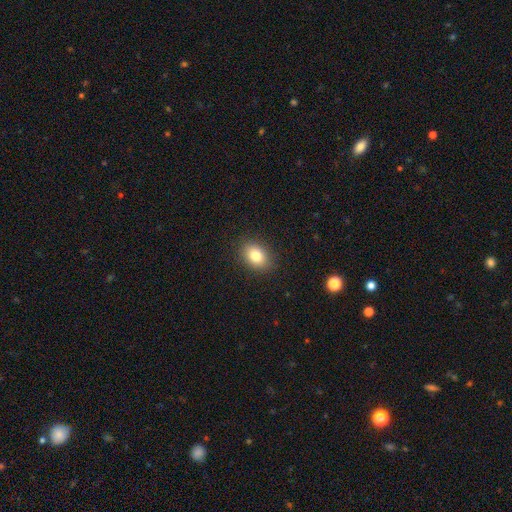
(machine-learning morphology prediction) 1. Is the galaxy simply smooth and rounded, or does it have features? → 82% smooth, 9% star or artifact, 9% featured or disk.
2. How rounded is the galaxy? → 73% in between, 26% round, 1% cigar-shaped.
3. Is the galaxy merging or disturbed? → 88% none, 8% minor disturbance, 2% major disturbance, 1% merger.